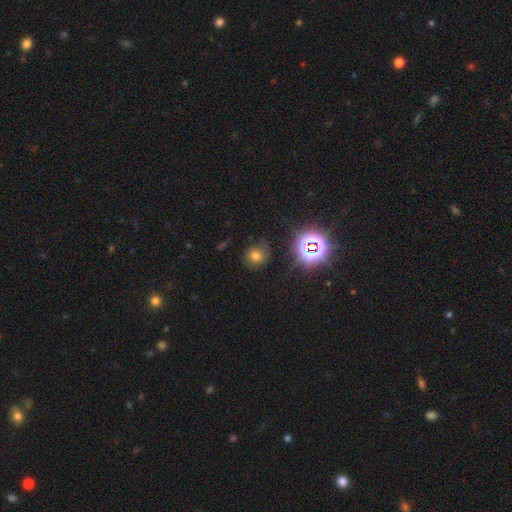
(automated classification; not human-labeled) A smooth galaxy with no disk features (63%) that is round (82%). Merging: none (76%).